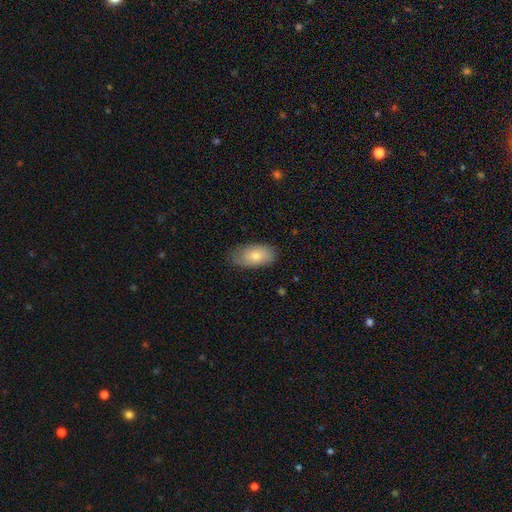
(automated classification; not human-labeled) Overall: smooth (70%). How rounded: in between (92%). Merging: none (78%).